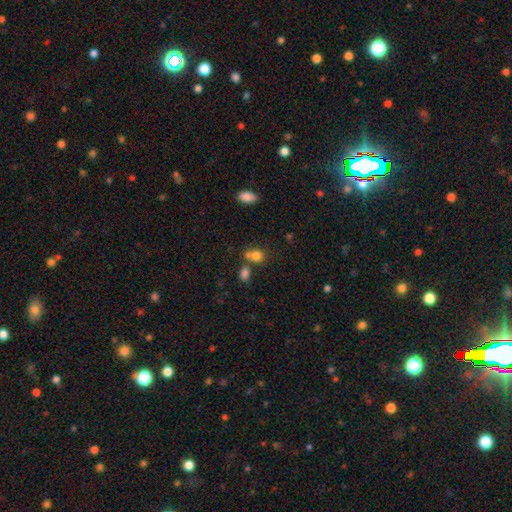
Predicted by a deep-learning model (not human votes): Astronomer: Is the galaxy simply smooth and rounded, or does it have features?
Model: smooth — 79%.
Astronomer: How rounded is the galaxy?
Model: round — 53% (runner-up: in between, 45%).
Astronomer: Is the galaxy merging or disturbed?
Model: none — 43% (runner-up: merger, 39%).